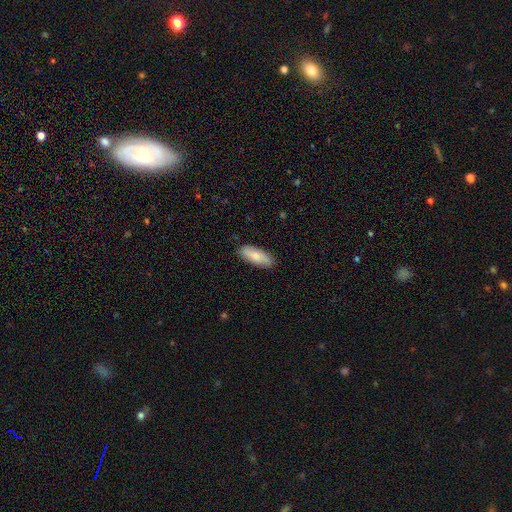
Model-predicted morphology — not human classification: This is likely a smooth galaxy (76%). How rounded: likely in between (75%). Merging: clearly none (85%).